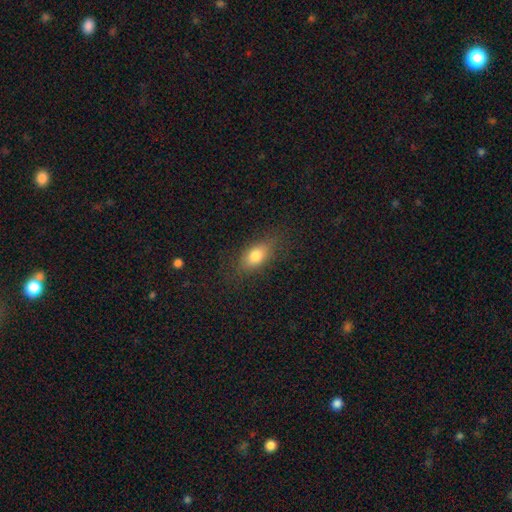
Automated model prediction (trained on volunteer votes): smooth-or-featured: smooth: 77% | featured or disk: 13% | star or artifact: 10%
  how-rounded: in between: 80% | round: 11% | cigar-shaped: 9%
  merging: none: 77% | minor disturbance: 16% | major disturbance: 6% | merger: 1%